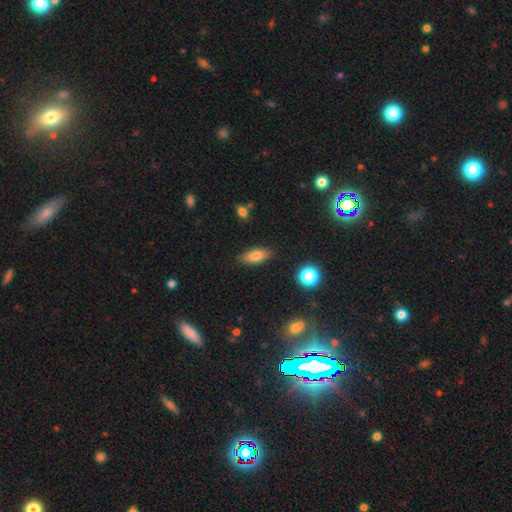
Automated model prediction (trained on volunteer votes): This appears to be a smooth galaxy with no disk features (80%) that is in between round and cigar-shaped (81%). Merging: none (85%).